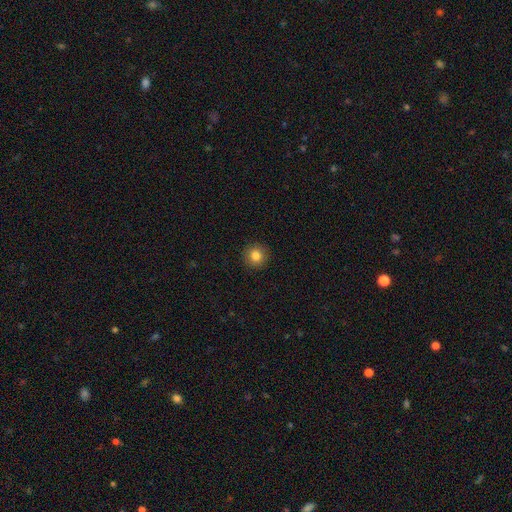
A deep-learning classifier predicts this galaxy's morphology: The model was most divided on "smooth or featured": smooth: 83%, star or artifact: 10%, featured or disk: 6%. More confident: how rounded — round (94%); merging — none (92%).